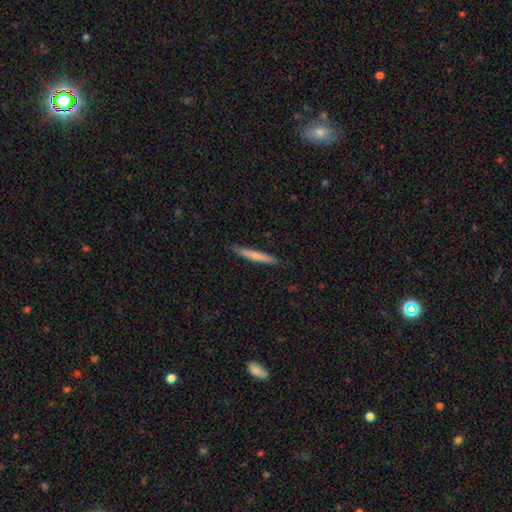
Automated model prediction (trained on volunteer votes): smooth_or_featured: smooth (p=0.72) [alt: featured or disk p=0.22]
how_rounded: cigar-shaped (p=0.96) [alt: in between p=0.03]
merging: none (p=0.87) [alt: minor disturbance p=0.10]